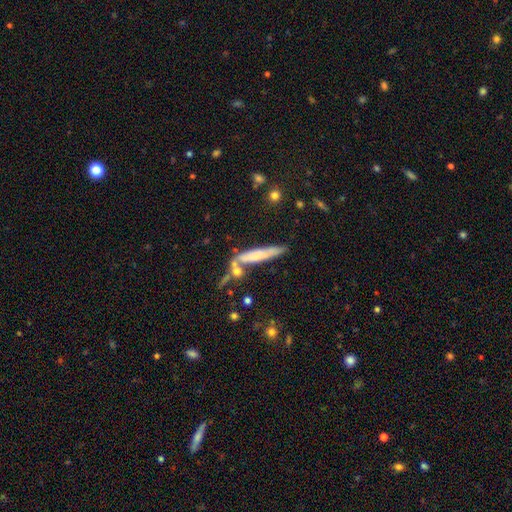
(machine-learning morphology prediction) Smooth or featured? Predicted: smooth (p=0.57). How rounded? Predicted: cigar-shaped (p=0.89). Merging? Predicted: none (p=0.61).